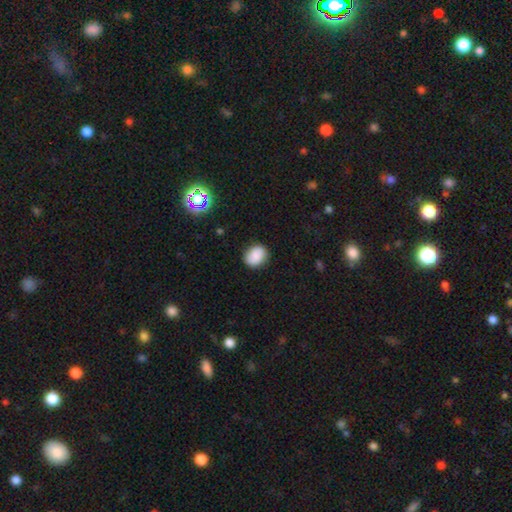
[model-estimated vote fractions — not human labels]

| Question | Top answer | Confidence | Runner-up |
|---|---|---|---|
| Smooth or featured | smooth | 79% | featured or disk (12%) |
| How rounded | round | 52% | in between (47%) |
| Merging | none | 84% | minor disturbance (12%) |